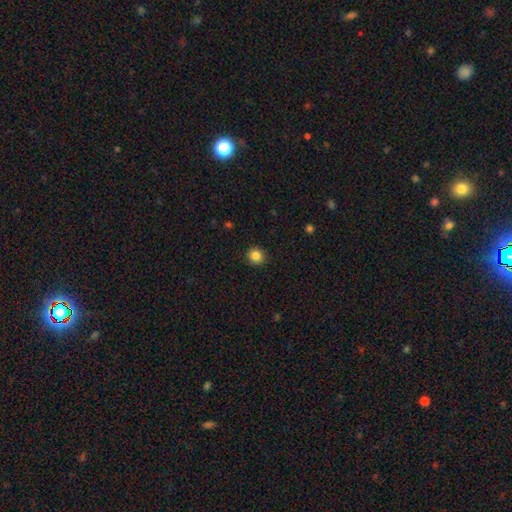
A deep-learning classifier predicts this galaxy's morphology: Smooth or featured? smooth (85%)
How rounded? round (92%)
Merging? none (92%)